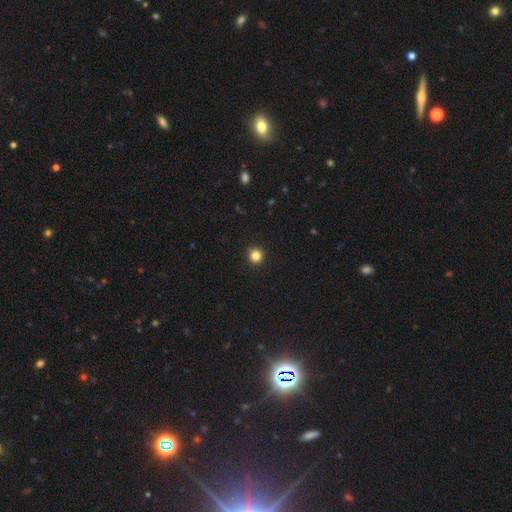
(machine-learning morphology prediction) Overall: smooth (84%). How rounded: round (96%). Merging: none (94%).